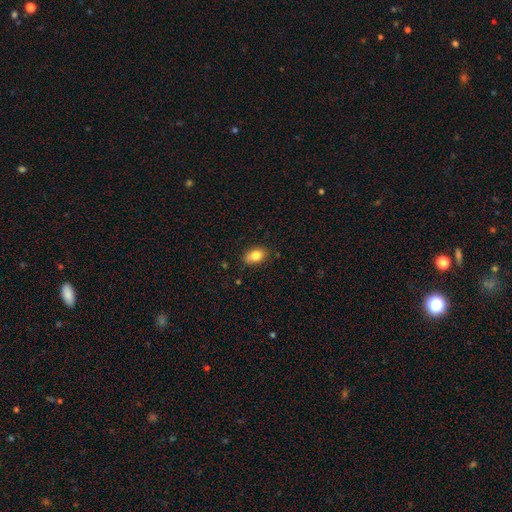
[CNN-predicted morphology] smooth-or-featured: smooth: 82% | featured or disk: 10% | star or artifact: 8%
  how-rounded: in between: 87% | round: 11% | cigar-shaped: 2%
  merging: none: 81% | minor disturbance: 15% | major disturbance: 3% | merger: 1%